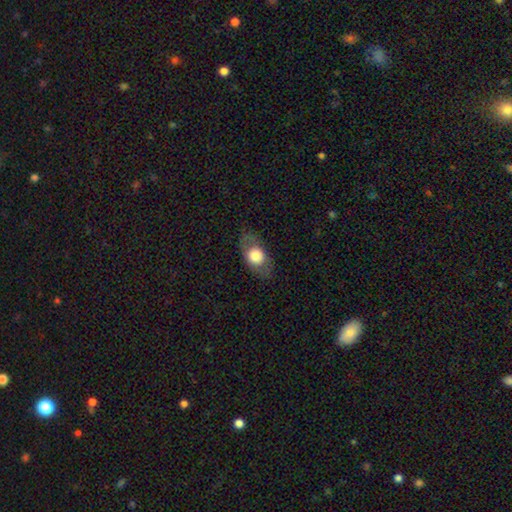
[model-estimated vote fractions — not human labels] This is likely a smooth galaxy (64%). How rounded: likely in between (76%). Merging: likely none (80%).